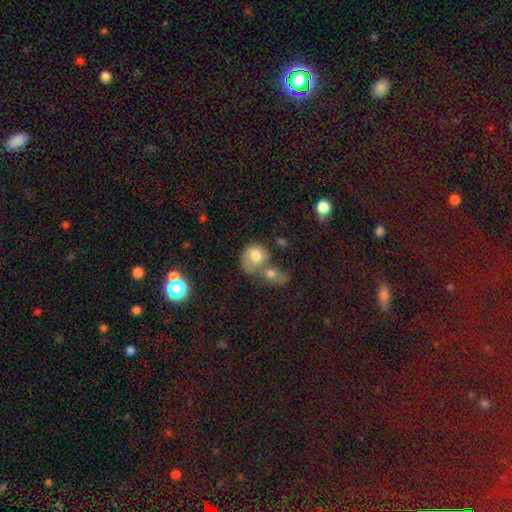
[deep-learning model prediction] Smooth or featured? smooth (70%)
How rounded? round (66%)
Merging? merger (61%)